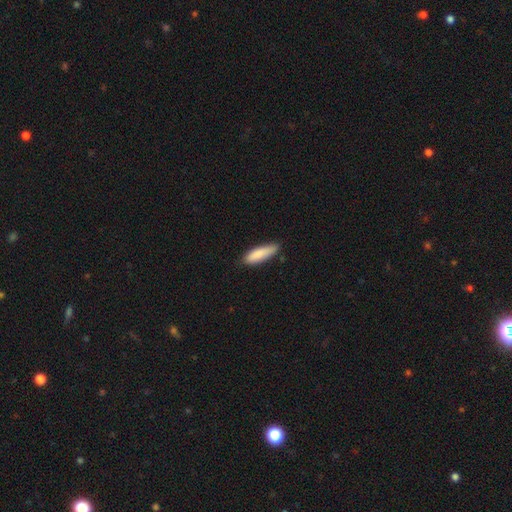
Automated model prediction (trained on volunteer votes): smooth_or_featured: smooth (p=0.85) [alt: featured or disk p=0.09]
how_rounded: cigar-shaped (p=0.63) [alt: in between p=0.36]
merging: none (p=0.77) [alt: minor disturbance p=0.19]